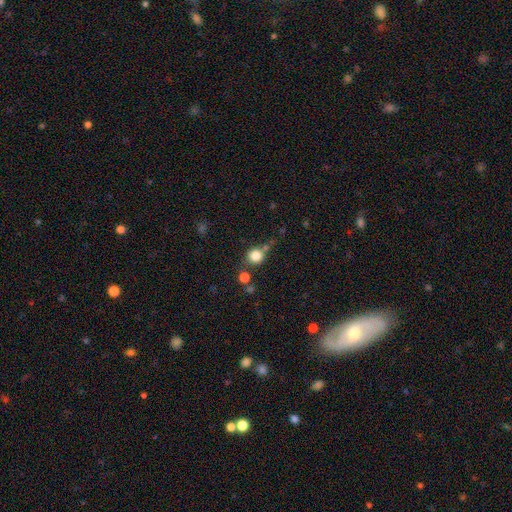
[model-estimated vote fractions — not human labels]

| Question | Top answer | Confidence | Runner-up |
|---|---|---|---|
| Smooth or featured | smooth | 82% | star or artifact (12%) |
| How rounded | round | 87% | in between (12%) |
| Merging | none | 65% | merger (15%) |